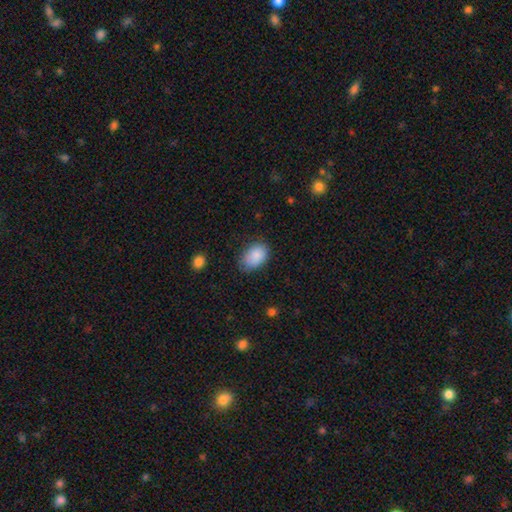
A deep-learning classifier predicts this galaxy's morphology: Smooth or featured? smooth (87%)
How rounded? in between (86%)
Merging? none (69%)